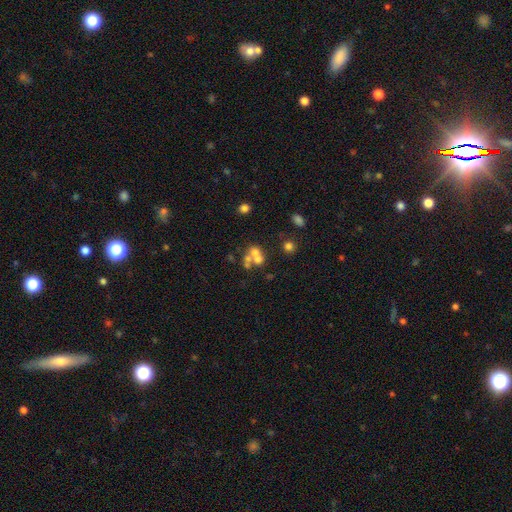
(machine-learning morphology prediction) Smooth or featured? smooth (51%)
How rounded? round (55%)
Merging? merger (59%)